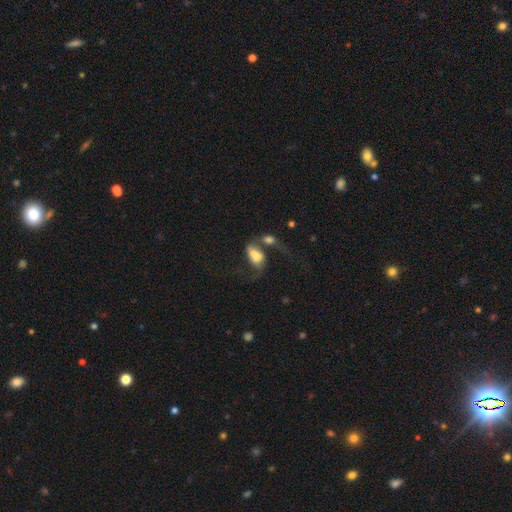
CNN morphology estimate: A smooth galaxy with no disk features (52%) that is in between round and cigar-shaped (86%).

Vote fractions:
- Smooth or featured? smooth: 52% / featured or disk: 39% / star or artifact: 10%
- How rounded? in between: 86% / round: 10% / cigar-shaped: 4%
- Merging? merger: 58% / major disturbance: 18% / none: 15% / minor disturbance: 8%